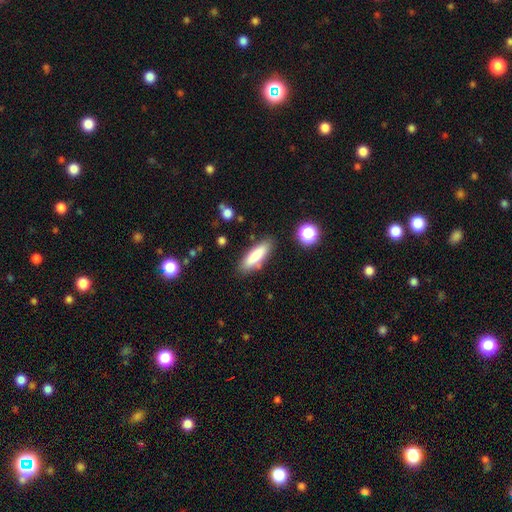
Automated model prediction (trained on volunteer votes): Smooth or featured? Predicted: smooth (p=0.82). How rounded? Predicted: cigar-shaped (p=0.49, tied with in between). Merging? Predicted: none (p=0.83).